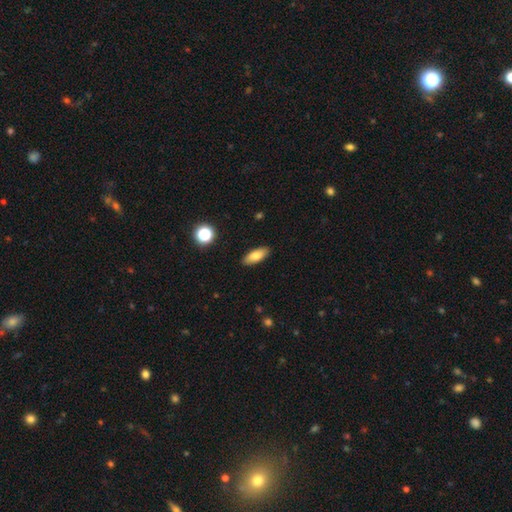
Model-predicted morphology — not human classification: Overall: smooth (80%). How rounded: in between (76%). Merging: none (89%).